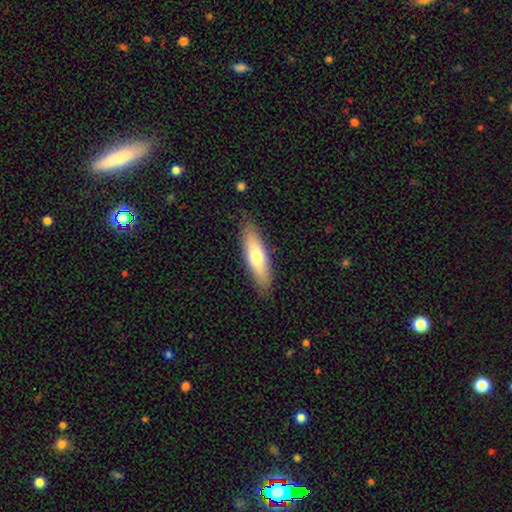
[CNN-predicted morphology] A smooth galaxy with no disk features (60%) that is cigar-shaped (69%).

Vote fractions:
- Smooth or featured? smooth: 60% / featured or disk: 32% / star or artifact: 8%
- How rounded? cigar-shaped: 69% / in between: 29% / round: 2%
- Merging? none: 89% / minor disturbance: 8% / major disturbance: 2% / merger: 1%